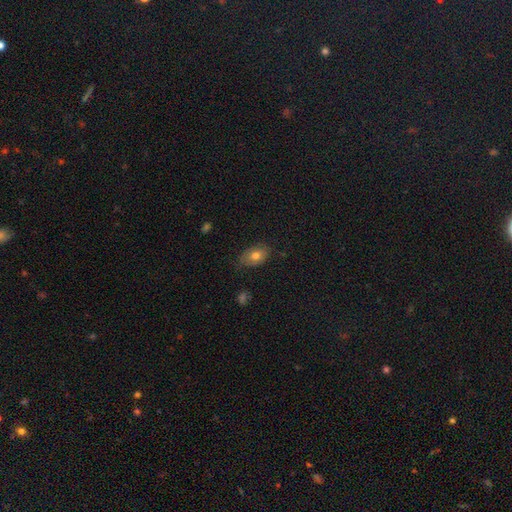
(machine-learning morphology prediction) Smooth or featured: smooth — 74% (featured or disk — 18%)
How rounded: in between — 88% (round — 10%)
Merging: none — 73% (minor disturbance — 21%)